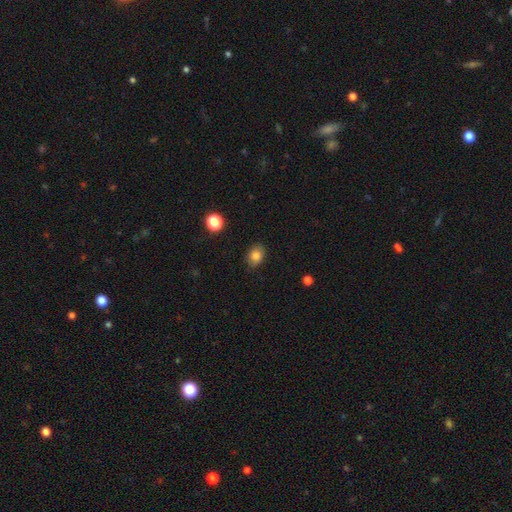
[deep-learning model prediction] A smooth galaxy with no disk features (82%) that is in between round and cigar-shaped (66%).

Vote fractions:
- Smooth or featured? smooth: 82% / star or artifact: 10% / featured or disk: 8%
- How rounded? in between: 66% / round: 33% / cigar-shaped: 1%
- Merging? none: 82% / minor disturbance: 14% / major disturbance: 3% / merger: 1%